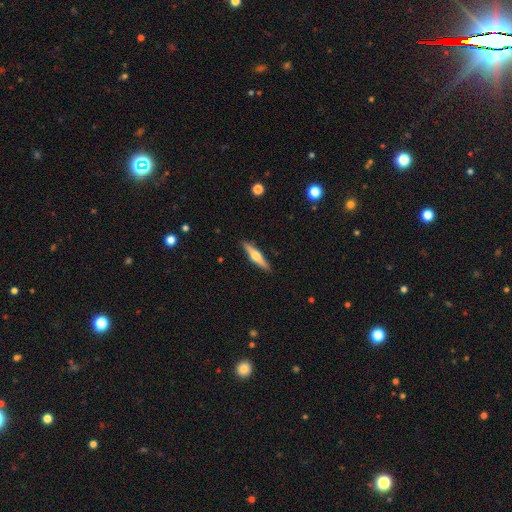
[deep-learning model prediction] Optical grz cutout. It shows a featured or disk galaxy (61%) viewed edge-on (96%) with a rounded central bulge (94%). Merging: none (90%).